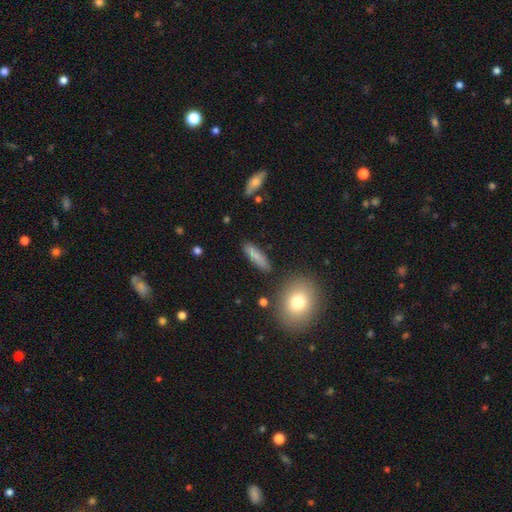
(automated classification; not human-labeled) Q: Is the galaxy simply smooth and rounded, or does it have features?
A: smooth — 80%.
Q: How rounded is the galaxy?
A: cigar-shaped — 70%.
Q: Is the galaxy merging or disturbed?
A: none — 85%.